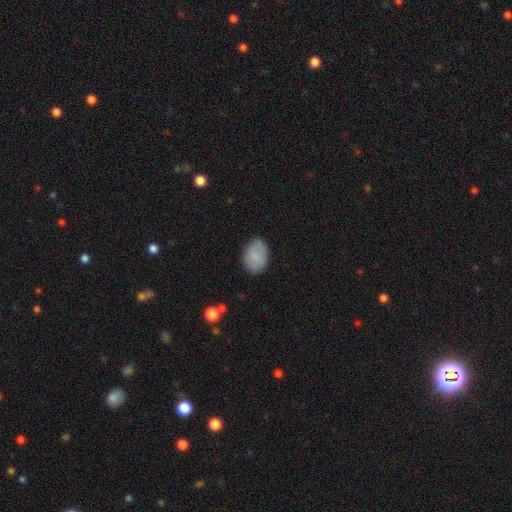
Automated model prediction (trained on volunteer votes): Overall: smooth (80%). How rounded: in between (84%). Merging: none (81%).